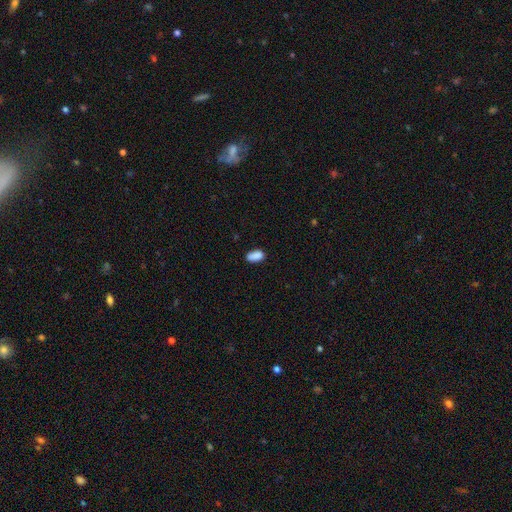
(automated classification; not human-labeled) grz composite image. It shows a smooth galaxy with no disk features (87%) that is in between round and cigar-shaped (92%). Merging: none (76%).